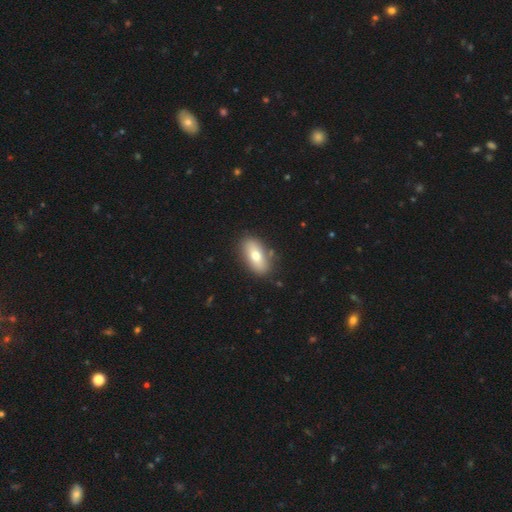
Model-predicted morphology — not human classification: This is likely a smooth galaxy (73%). How rounded: clearly in between (88%). Merging: clearly none (82%).